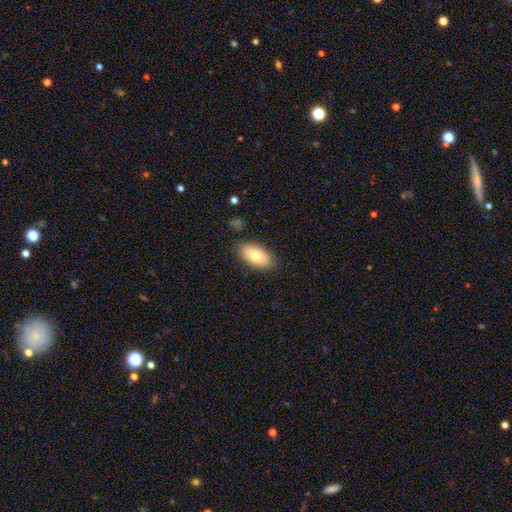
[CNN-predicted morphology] Smooth or featured: smooth — 78% (featured or disk — 15%)
How rounded: in between — 94% (round — 4%)
Merging: none — 84% (minor disturbance — 12%)